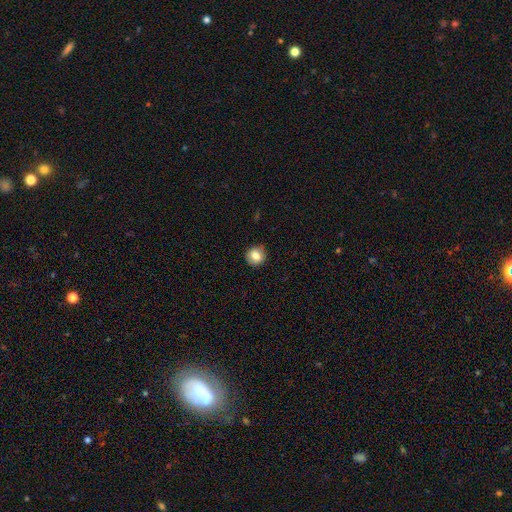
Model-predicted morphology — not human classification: smooth 80%, featured or disk 11%, star or artifact 9%. Down the decision tree: how rounded — round (90%); merging — none (88%).